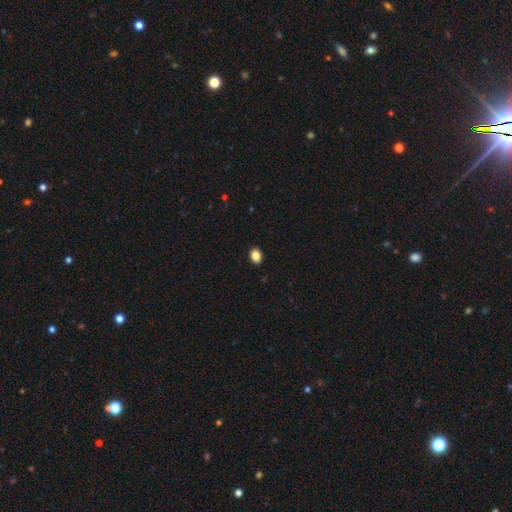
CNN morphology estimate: Smooth or featured?
  - smooth: 86% *
  - star or artifact: 9%
  - featured or disk: 5%
How rounded?
  - in between: 68% *
  - round: 31%
  - cigar-shaped: 1%
Merging?
  - none: 91% *
  - minor disturbance: 7%
  - major disturbance: 2%
  - merger: 1%